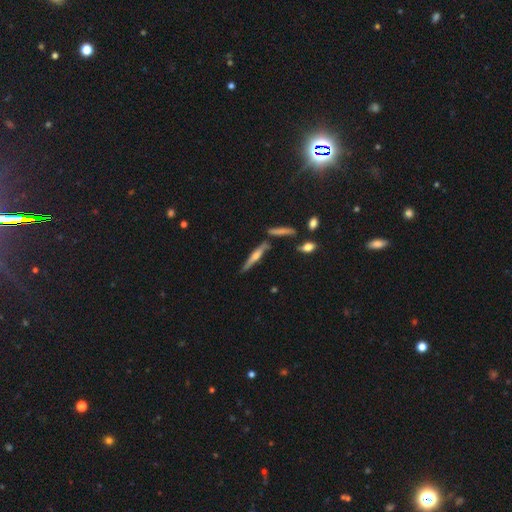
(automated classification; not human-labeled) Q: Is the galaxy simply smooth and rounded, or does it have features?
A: featured or disk — 62%.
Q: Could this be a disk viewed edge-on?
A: yes — 95%.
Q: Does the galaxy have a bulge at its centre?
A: rounded — 79%.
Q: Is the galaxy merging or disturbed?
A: none — 75%.